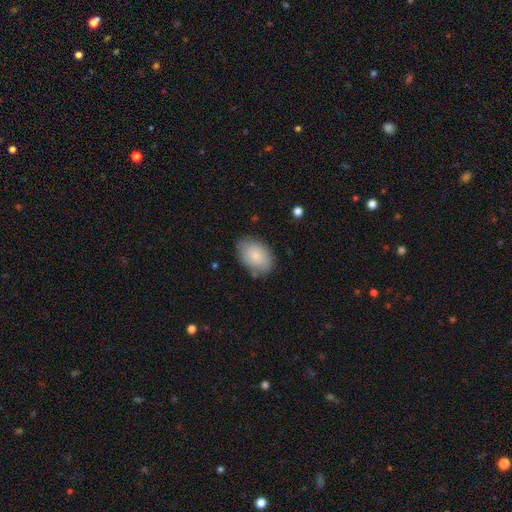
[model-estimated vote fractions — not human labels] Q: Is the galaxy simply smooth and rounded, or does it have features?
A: smooth — 80%.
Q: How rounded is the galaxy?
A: in between — 85%.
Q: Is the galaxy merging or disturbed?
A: none — 78%.